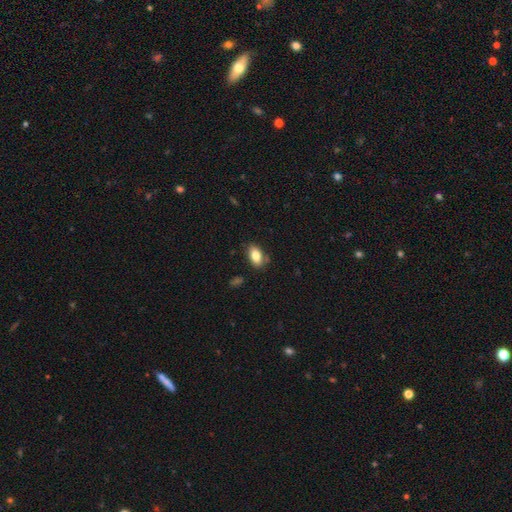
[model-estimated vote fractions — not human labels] smooth_or_featured: smooth (p=0.82) [alt: featured or disk p=0.10]
how_rounded: in between (p=0.90) [alt: round p=0.07]
merging: none (p=0.79) [alt: minor disturbance p=0.15]